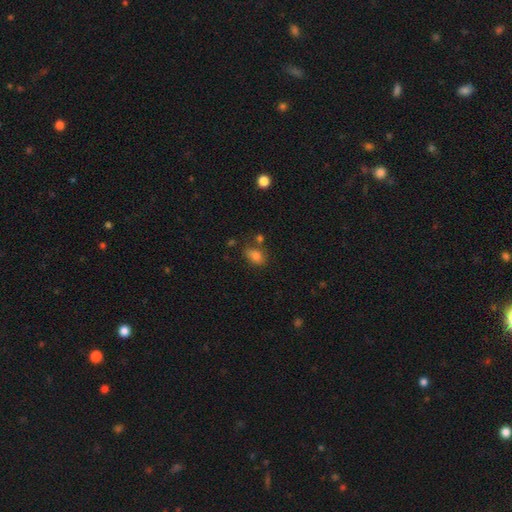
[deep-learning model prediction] Overall: smooth (81%). How rounded: in between (81%). Merging: none (64%).